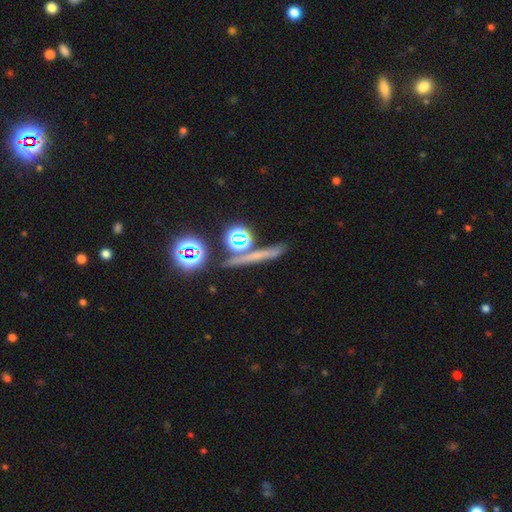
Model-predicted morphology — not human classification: The model was most divided on "smooth or featured": star or artifact: 41%, smooth: 36%, featured or disk: 23%.